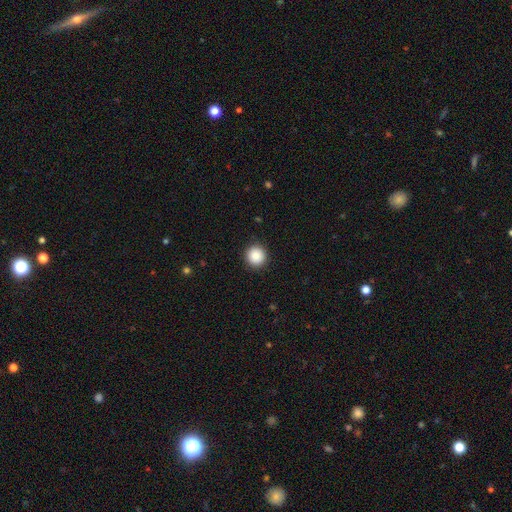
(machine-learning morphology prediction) smooth-or-featured: smooth: 85% | star or artifact: 9% | featured or disk: 6%
  how-rounded: round: 95% | in between: 4% | cigar-shaped: 1%
  merging: none: 92% | minor disturbance: 6% | major disturbance: 2% | merger: 1%